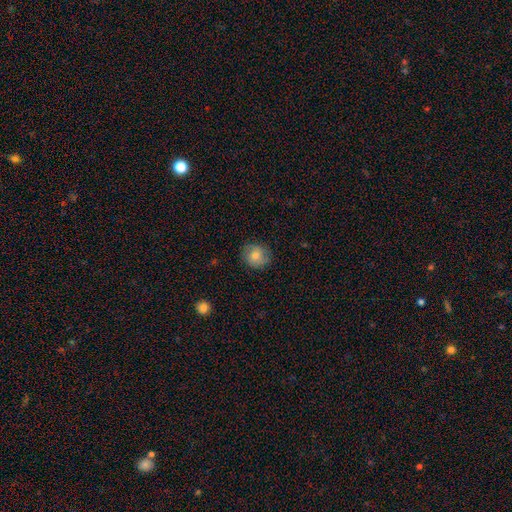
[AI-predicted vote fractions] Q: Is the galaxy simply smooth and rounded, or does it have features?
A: smooth — 75%.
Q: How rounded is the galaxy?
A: round — 81%.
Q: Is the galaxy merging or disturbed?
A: none — 82%.